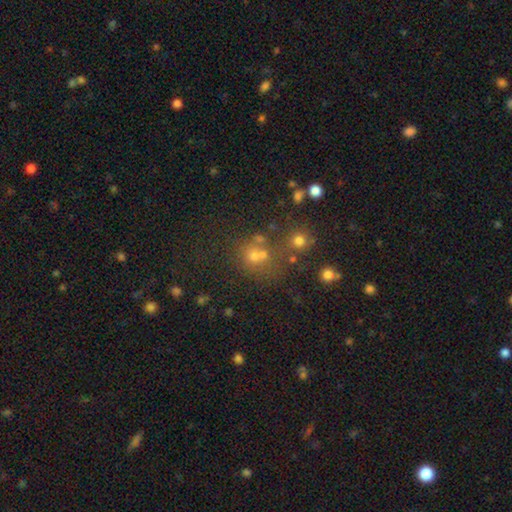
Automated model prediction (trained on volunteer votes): A smooth galaxy with no disk features (58%) that is round (80%).

Vote fractions:
- Smooth or featured? smooth: 58% / star or artifact: 28% / featured or disk: 14%
- How rounded? round: 80% / in between: 19% / cigar-shaped: 1%
- Merging? none: 52% / merger: 32% / minor disturbance: 10% / major disturbance: 6%